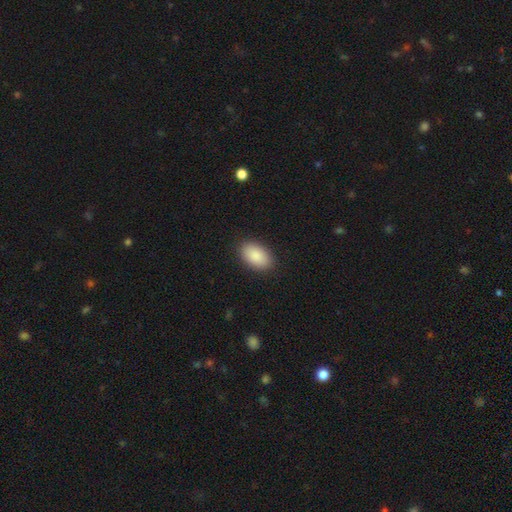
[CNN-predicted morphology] smooth 90%, star or artifact 6%, featured or disk 4%. Down the decision tree: how rounded — in between (94%); merging — none (89%).